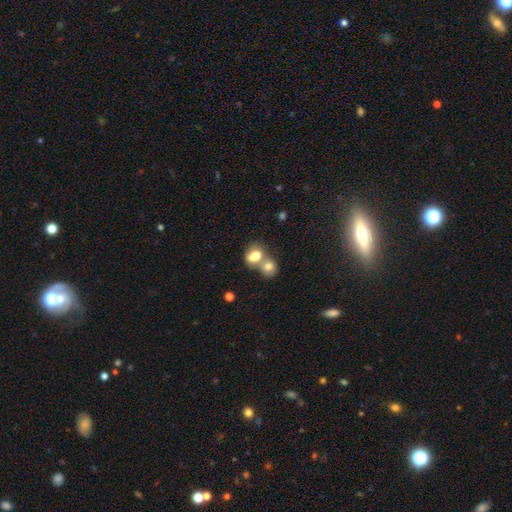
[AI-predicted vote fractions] smooth_or_featured: smooth (p=0.75) [alt: featured or disk p=0.16]
how_rounded: in between (p=0.55) [alt: round p=0.44]
merging: merger (p=0.69) [alt: none p=0.22]